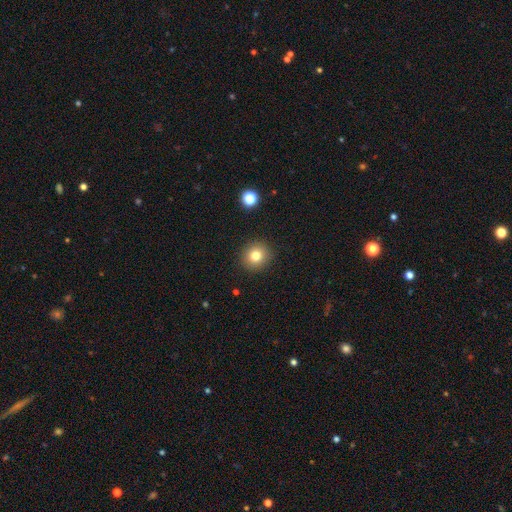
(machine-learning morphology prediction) Smooth or featured: smooth — 79% (star or artifact — 12%)
How rounded: round — 89% (in between — 10%)
Merging: none — 91% (minor disturbance — 6%)